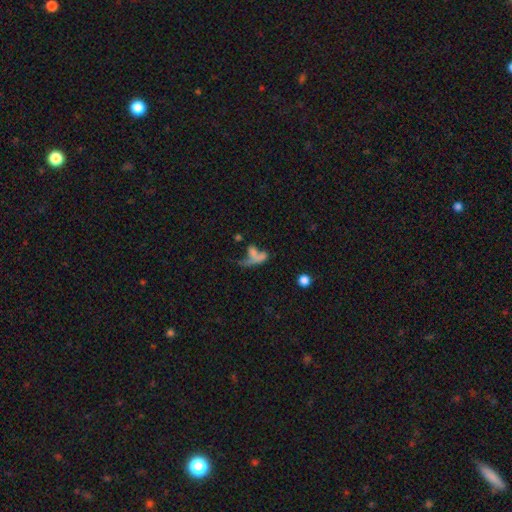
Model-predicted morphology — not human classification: Smooth or featured: smooth — 53% (featured or disk — 29%)
How rounded: in between — 62% (cigar-shaped — 24%)
Merging: merger — 43% (major disturbance — 26%)